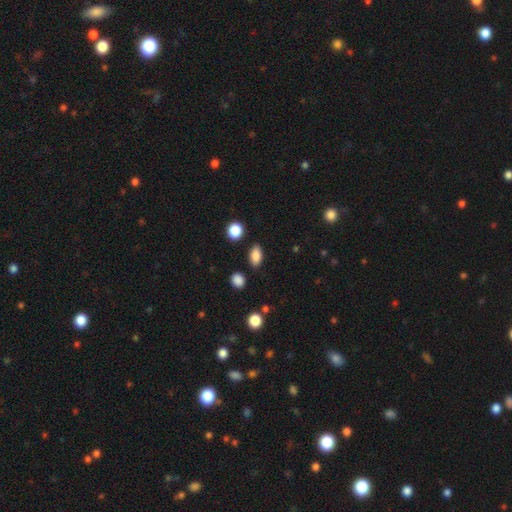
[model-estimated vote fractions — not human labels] Smooth or featured: smooth — 85% (star or artifact — 9%)
How rounded: in between — 86% (round — 9%)
Merging: none — 86% (minor disturbance — 9%)